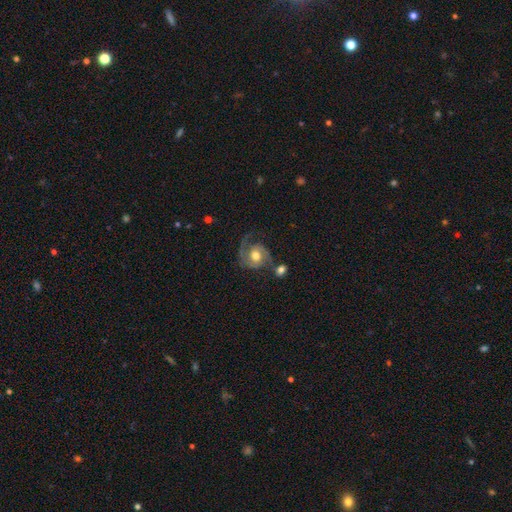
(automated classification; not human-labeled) Overall: featured or disk (83%). Edge-on disk: no (98%). Bar: no (66%; weak 27%). Spiral arms: yes (96%). Spiral arm count: 2 (80%). Spiral winding: medium (50%; tight 32%). Bulge size: moderate (74%). Merging: none (59%).